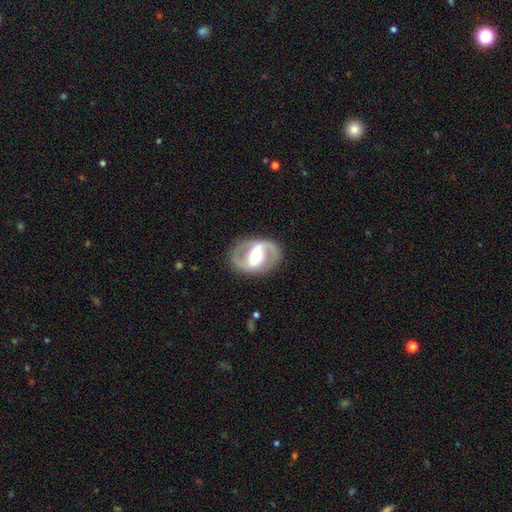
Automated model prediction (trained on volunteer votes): Smooth or featured?
  - featured or disk: 85% *
  - smooth: 10%
  - star or artifact: 5%
Edge-on disk?
  - no: 97% *
  - yes: 3%
Bar?
  - strong: 46% *
  - weak: 34%
  - no: 21%
Spiral arms?
  - yes: 88% *
  - no: 12%
Spiral winding?
  - medium: 53% *
  - loose: 26%
  - tight: 21%
Spiral arm count?
  - 2: 91% *
  - can't tell: 4%
  - 1: 3%
  - 3: 1%
  - 4: 1%
  - more than 4: 1%
Bulge size?
  - moderate: 60% *
  - small: 27%
  - large: 10%
  - dominant: 1%
  - none: 1%
Merging?
  - none: 83% *
  - minor disturbance: 10%
  - major disturbance: 5%
  - merger: 1%